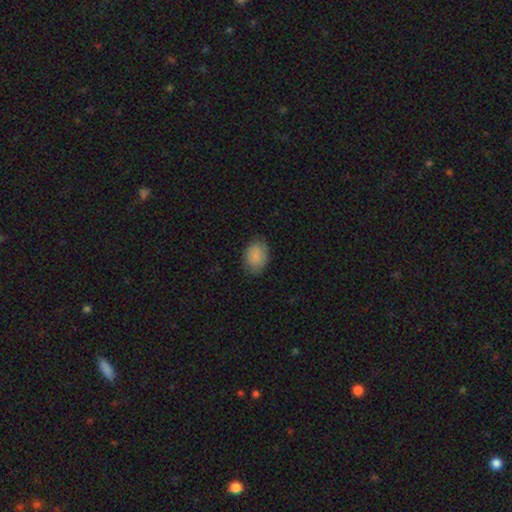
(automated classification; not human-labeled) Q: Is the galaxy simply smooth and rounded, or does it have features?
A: smooth — 87%.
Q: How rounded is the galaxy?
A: in between — 75%.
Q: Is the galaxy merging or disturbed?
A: none — 79%.